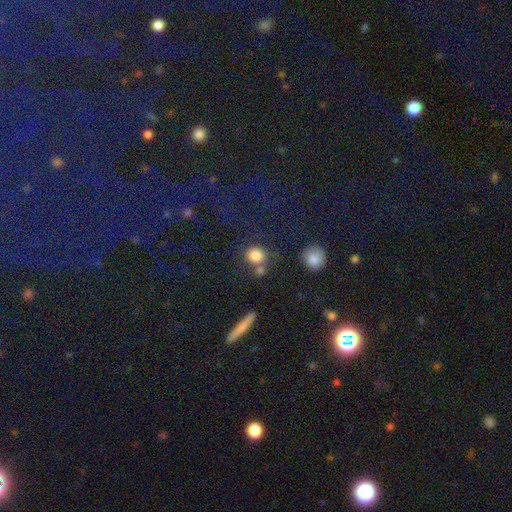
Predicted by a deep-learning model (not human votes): smooth-or-featured: smooth: 82% | star or artifact: 12% | featured or disk: 6%
  how-rounded: round: 81% | in between: 17% | cigar-shaped: 1%
  merging: none: 61% | merger: 22% | minor disturbance: 11% | major disturbance: 5%